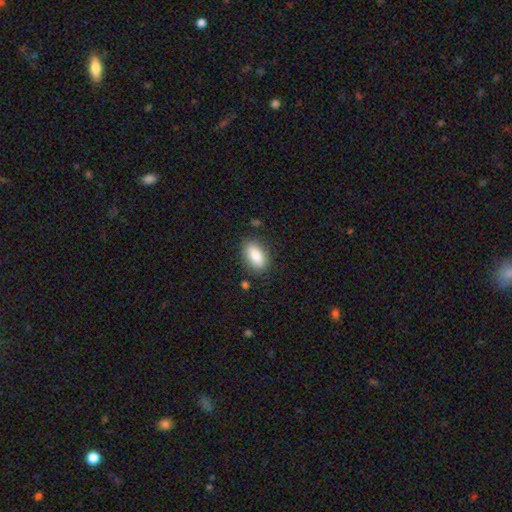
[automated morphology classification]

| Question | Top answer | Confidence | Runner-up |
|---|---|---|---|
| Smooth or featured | smooth | 86% | featured or disk (7%) |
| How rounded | in between | 90% | cigar-shaped (6%) |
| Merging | none | 84% | minor disturbance (12%) |